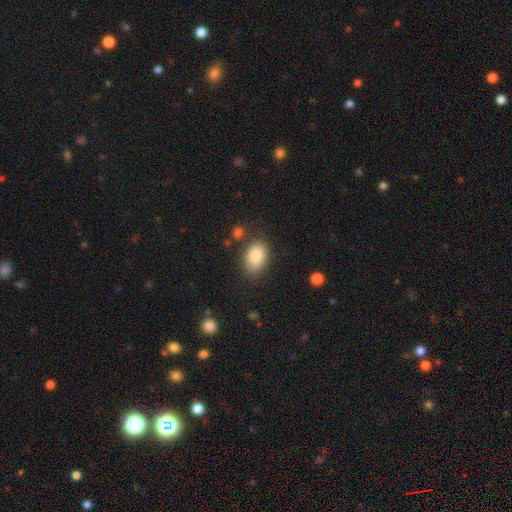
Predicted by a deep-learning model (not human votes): smooth-or-featured: smooth: 85% | featured or disk: 8% | star or artifact: 8%
  how-rounded: in between: 83% | round: 16% | cigar-shaped: 1%
  merging: none: 76% | minor disturbance: 16% | major disturbance: 4% | merger: 4%